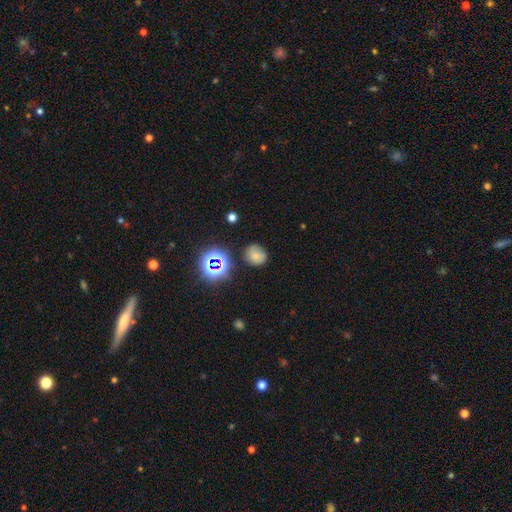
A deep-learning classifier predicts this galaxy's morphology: Smooth or featured?
  - smooth: 65% *
  - star or artifact: 20%
  - featured or disk: 14%
How rounded?
  - round: 72% *
  - in between: 27%
  - cigar-shaped: 1%
Merging?
  - none: 72% *
  - minor disturbance: 19%
  - major disturbance: 5%
  - merger: 3%